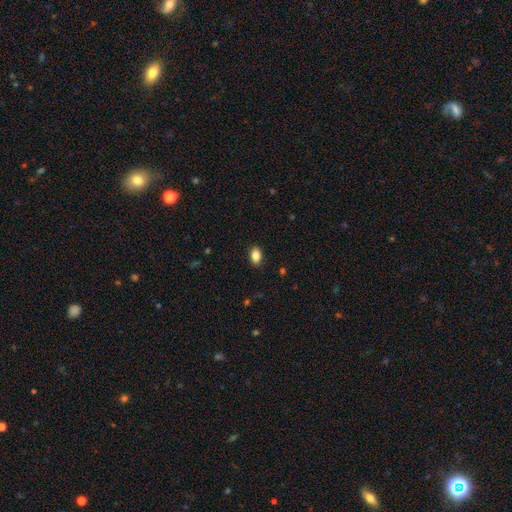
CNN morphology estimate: smooth-or-featured: smooth: 87% | star or artifact: 8% | featured or disk: 5%
  how-rounded: in between: 86% | round: 12% | cigar-shaped: 1%
  merging: none: 89% | minor disturbance: 8% | major disturbance: 2% | merger: 1%